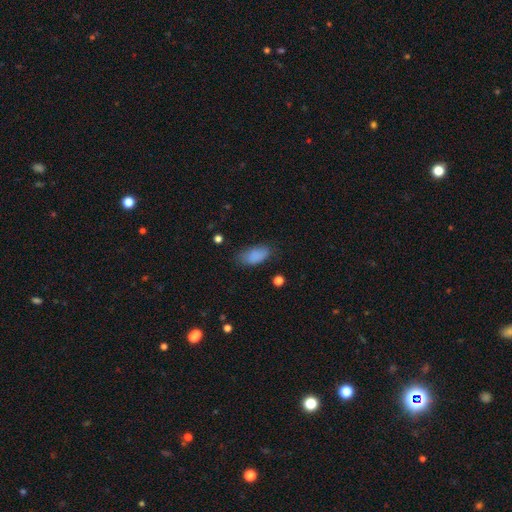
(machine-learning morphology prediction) A smooth galaxy with no disk features (86%) that is in between round and cigar-shaped (91%). Merging: none (70%).